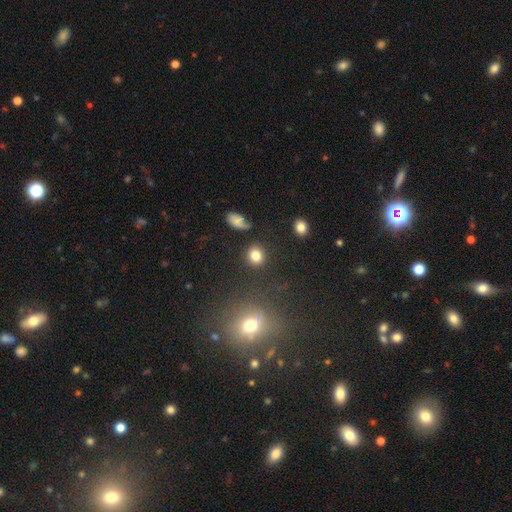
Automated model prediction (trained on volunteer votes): Q: Smooth or featured?
A: smooth (81%); runner-up: star or artifact (13%)
Q: How rounded?
A: round (81%); runner-up: in between (18%)
Q: Merging?
A: none (85%); runner-up: minor disturbance (9%)